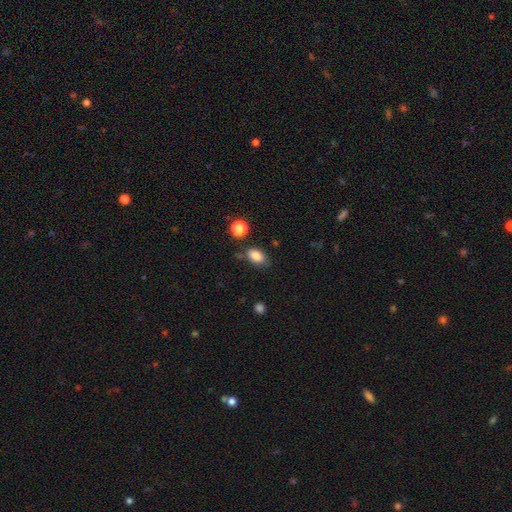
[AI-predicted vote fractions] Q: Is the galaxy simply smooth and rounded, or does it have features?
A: smooth — 85%.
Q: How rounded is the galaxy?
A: in between — 85%.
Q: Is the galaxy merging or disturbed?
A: none — 70%.